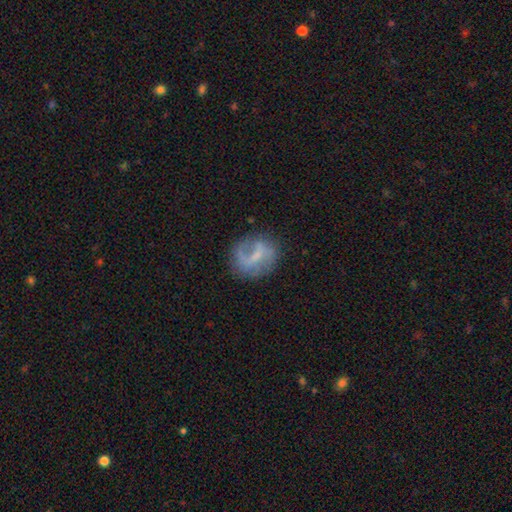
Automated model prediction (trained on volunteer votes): A featured or disk galaxy (63%) with a weak bar (49%), spiral arms (70%) and a small central bulge (44%). Merging: none (64%).